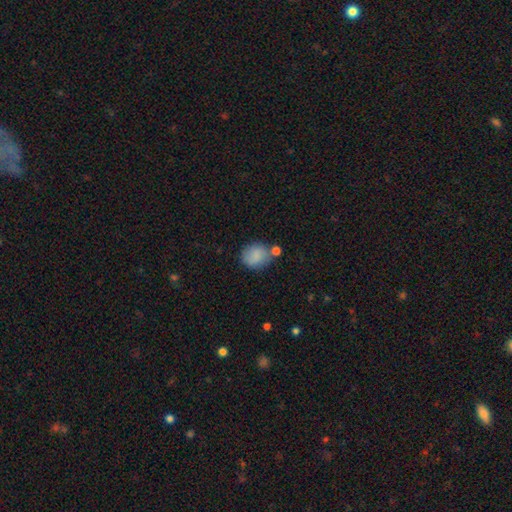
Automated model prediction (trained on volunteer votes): The model was most divided on "how rounded": round: 69%, in between: 30%, cigar-shaped: 1%. More confident: smooth or featured — smooth (84%); merging — none (61%).